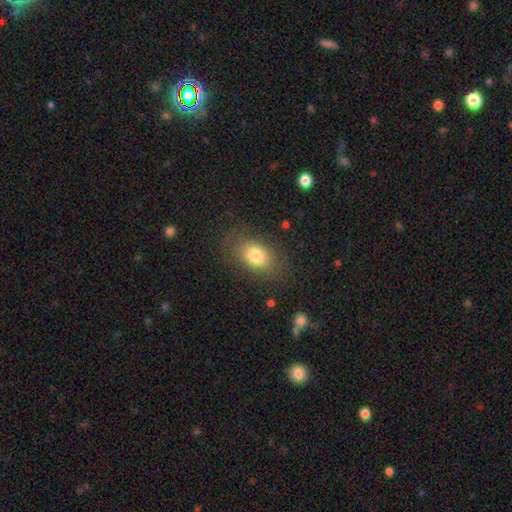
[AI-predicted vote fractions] A smooth galaxy with no disk features (80%) that is in between round and cigar-shaped (82%). Merging: none (79%).